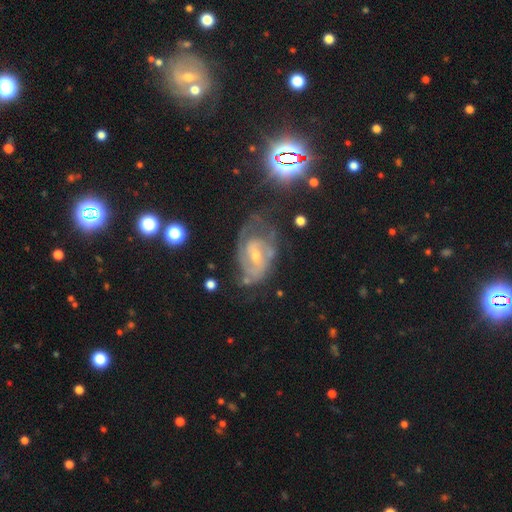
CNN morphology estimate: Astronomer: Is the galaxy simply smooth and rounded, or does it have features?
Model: featured or disk — 81%.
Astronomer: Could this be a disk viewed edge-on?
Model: no — 96%.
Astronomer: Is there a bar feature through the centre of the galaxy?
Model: weak — 48% (runner-up: no, 38%).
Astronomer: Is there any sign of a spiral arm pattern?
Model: yes — 91%.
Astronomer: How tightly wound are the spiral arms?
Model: tight — 45% (runner-up: medium, 42%).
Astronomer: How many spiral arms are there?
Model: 2 — 46% (runner-up: can't tell, 29%).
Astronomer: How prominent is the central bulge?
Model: small — 56% (runner-up: moderate, 40%).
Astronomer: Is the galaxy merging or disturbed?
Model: none — 45% (runner-up: minor disturbance, 27%).